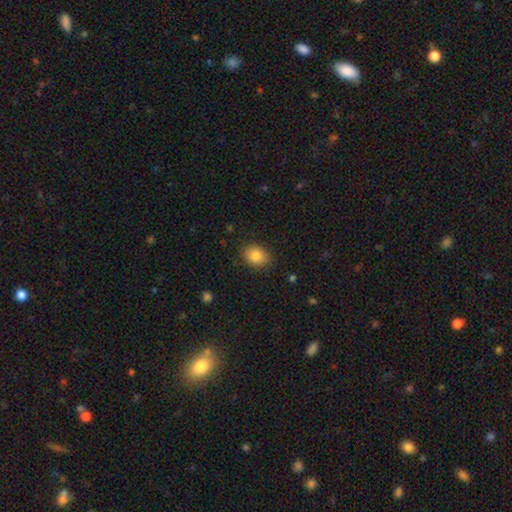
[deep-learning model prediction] This is clearly a smooth galaxy (84%). How rounded: possibly in between (56%). Merging: clearly none (85%).